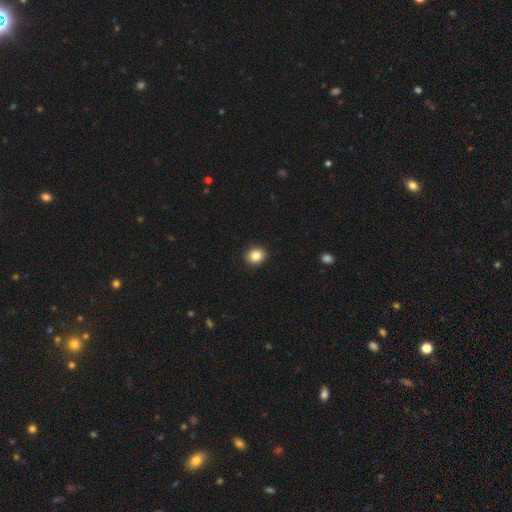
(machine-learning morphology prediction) A smooth galaxy with no disk features (86%) that is round (71%).

Vote fractions:
- Smooth or featured? smooth: 86% / star or artifact: 10% / featured or disk: 5%
- How rounded? round: 71% / in between: 28% / cigar-shaped: 1%
- Merging? none: 91% / minor disturbance: 7% / major disturbance: 2% / merger: 1%